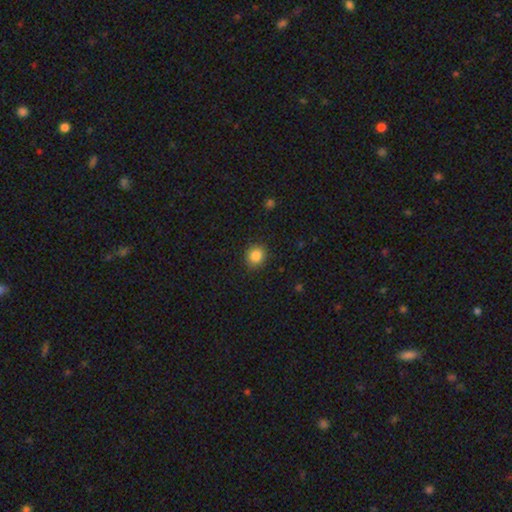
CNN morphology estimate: A smooth galaxy with no disk features (85%) that is round (88%).

Vote fractions:
- Smooth or featured? smooth: 85% / star or artifact: 10% / featured or disk: 5%
- How rounded? round: 88% / in between: 11% / cigar-shaped: 1%
- Merging? none: 90% / minor disturbance: 7% / major disturbance: 2% / merger: 1%